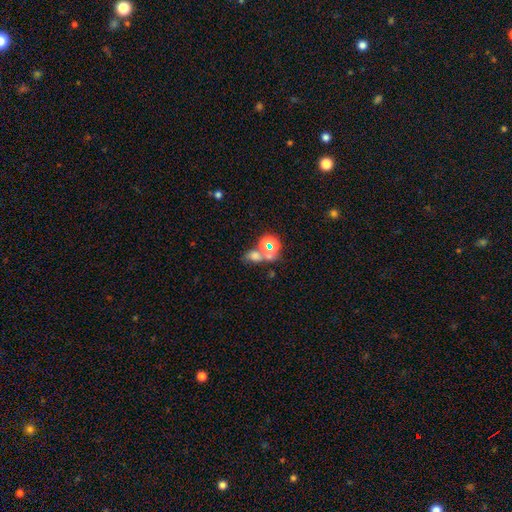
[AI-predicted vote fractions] A smooth galaxy with no disk features (46%).

Vote fractions:
- Smooth or featured? smooth: 46% / star or artifact: 41% / featured or disk: 14%
- Merging? none: 48% / merger: 33% / minor disturbance: 11% / major disturbance: 8%